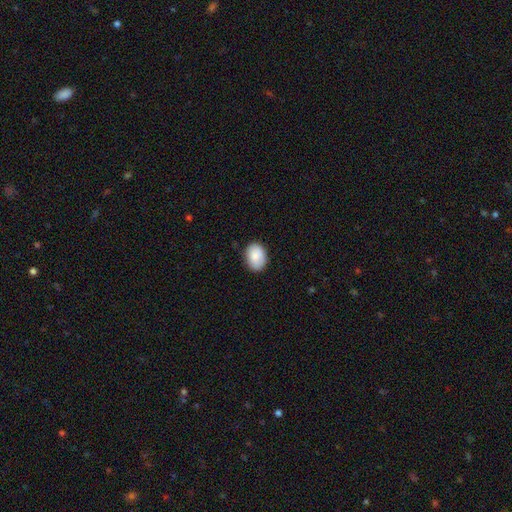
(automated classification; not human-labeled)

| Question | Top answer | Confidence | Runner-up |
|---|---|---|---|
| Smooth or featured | smooth | 87% | star or artifact (7%) |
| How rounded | in between | 73% | round (26%) |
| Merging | none | 84% | minor disturbance (13%) |